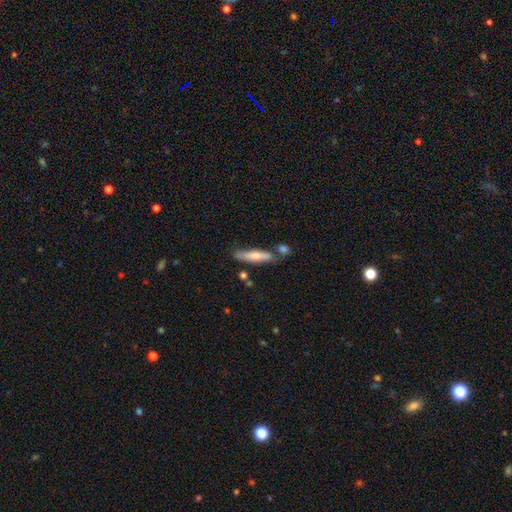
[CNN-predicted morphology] Smooth or featured? smooth (65%)
How rounded? cigar-shaped (81%)
Merging? none (63%)